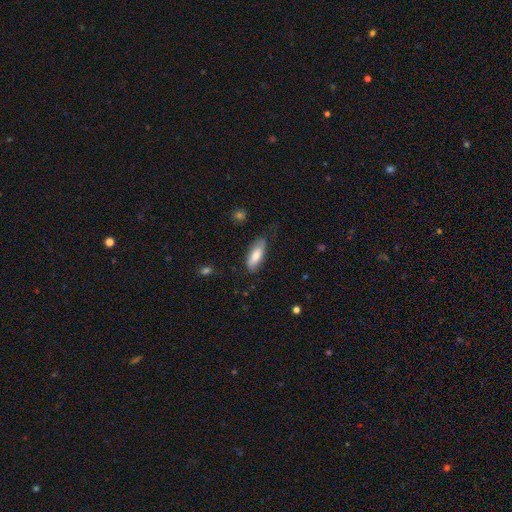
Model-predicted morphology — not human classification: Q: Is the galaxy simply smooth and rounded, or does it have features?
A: smooth — 75%.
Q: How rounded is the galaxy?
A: in between — 68%.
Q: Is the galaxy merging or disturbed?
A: none — 71%.